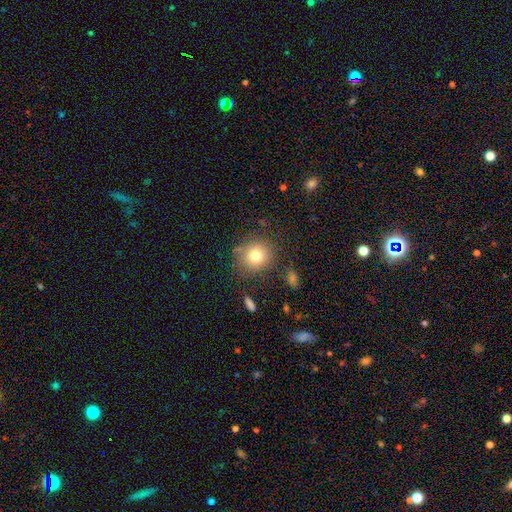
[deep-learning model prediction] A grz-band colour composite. It shows a smooth galaxy with no disk features (78%) that is round (87%). Merging: none (82%).